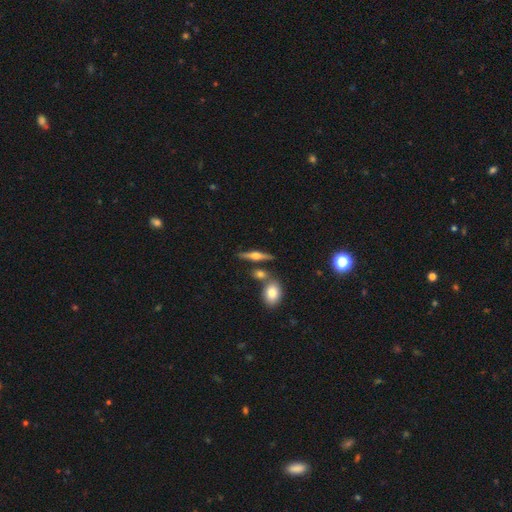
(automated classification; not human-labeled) smooth_or_featured: featured or disk (p=0.69) [alt: smooth p=0.24]
disk_edge_on: yes (p=0.96) [alt: no p=0.04]
edge_on_bulge: rounded (p=0.94) [alt: boxy p=0.04]
merging: none (p=0.79) [alt: merger p=0.10]